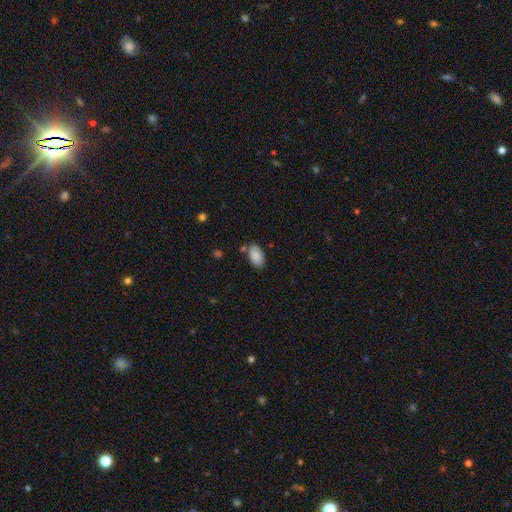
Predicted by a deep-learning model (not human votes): Smooth or featured? smooth (88%)
How rounded? in between (94%)
Merging? none (76%)